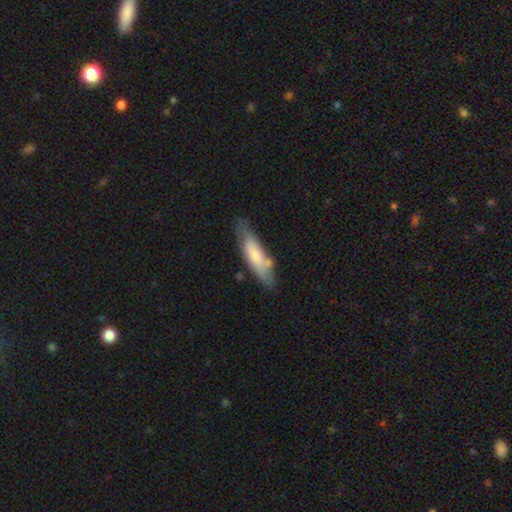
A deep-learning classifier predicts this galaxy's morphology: This is likely a smooth galaxy (65%). How rounded: possibly cigar-shaped (58%). Merging: likely none (66%).